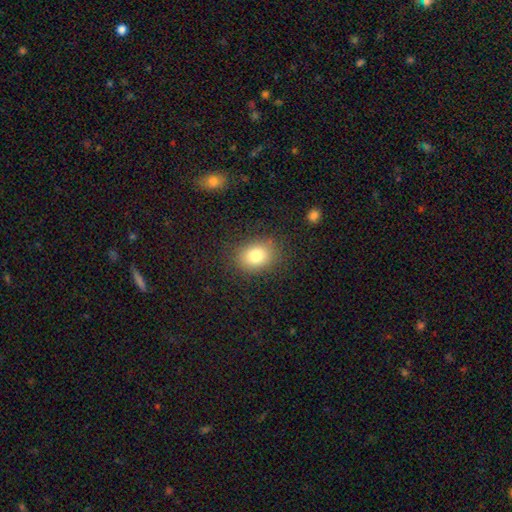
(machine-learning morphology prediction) smooth 80%, star or artifact 11%, featured or disk 9%. Down the decision tree: how rounded — in between (53%); merging — none (85%).